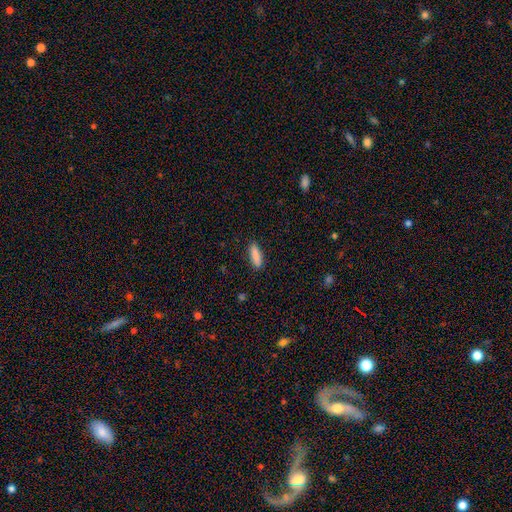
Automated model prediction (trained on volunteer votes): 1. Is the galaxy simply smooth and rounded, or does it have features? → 88% smooth, 7% star or artifact, 5% featured or disk.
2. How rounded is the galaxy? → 53% cigar-shaped, 45% in between, 2% round.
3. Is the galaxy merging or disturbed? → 88% none, 8% minor disturbance, 2% major disturbance, 1% merger.